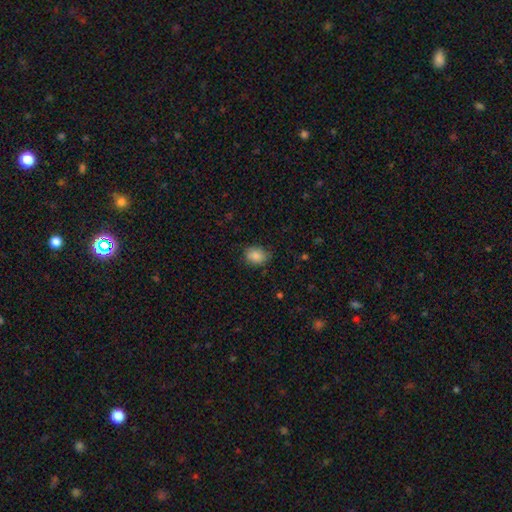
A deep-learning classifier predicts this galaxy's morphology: The model was most divided on "how rounded": in between: 64%, round: 36%, cigar-shaped: 1%. More confident: smooth or featured — smooth (87%); merging — none (78%).